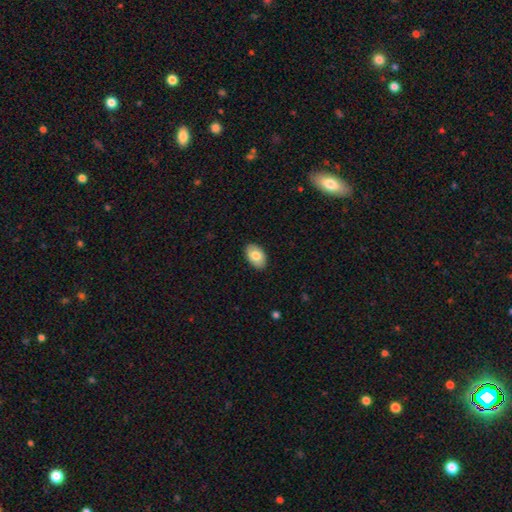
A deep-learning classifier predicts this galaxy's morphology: Q: Smooth or featured?
A: smooth (78%); runner-up: featured or disk (15%)
Q: How rounded?
A: in between (91%); runner-up: round (8%)
Q: Merging?
A: none (89%); runner-up: minor disturbance (9%)